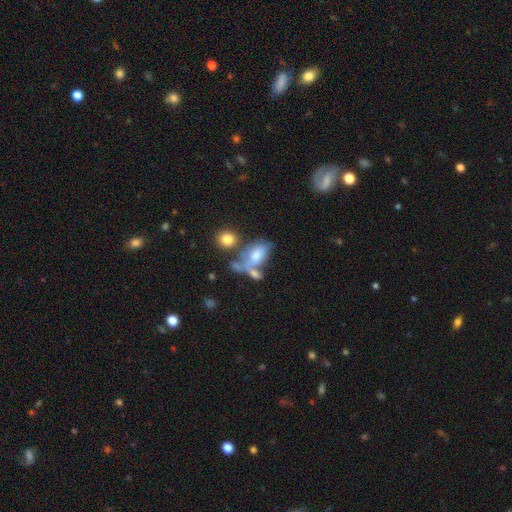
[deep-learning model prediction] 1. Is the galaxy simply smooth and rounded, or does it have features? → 54% smooth, 34% featured or disk, 12% star or artifact.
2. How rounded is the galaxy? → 85% in between, 10% round, 6% cigar-shaped.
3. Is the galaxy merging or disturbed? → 38% merger, 27% none, 18% major disturbance, 17% minor disturbance.